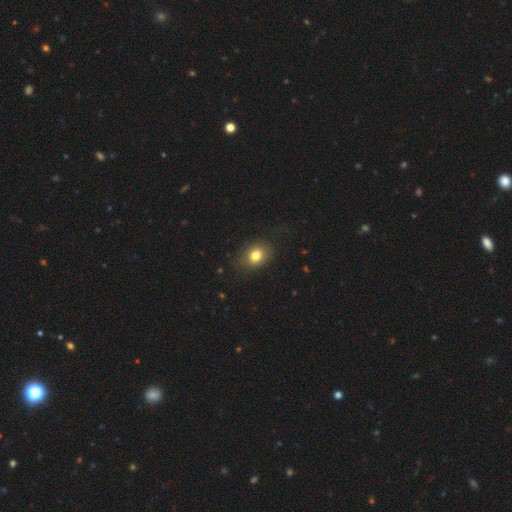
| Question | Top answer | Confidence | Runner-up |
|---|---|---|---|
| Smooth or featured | smooth | 87% | star or artifact (8%) |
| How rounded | in between | 50% | round (47%) |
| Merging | none | 81% | minor disturbance (14%) |